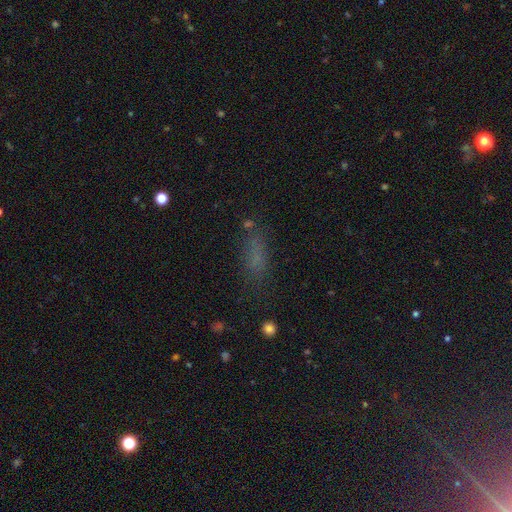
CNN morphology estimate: This appears to be a smooth galaxy with no disk features (63%) that is in between round and cigar-shaped (55%). Merging: none (64%).